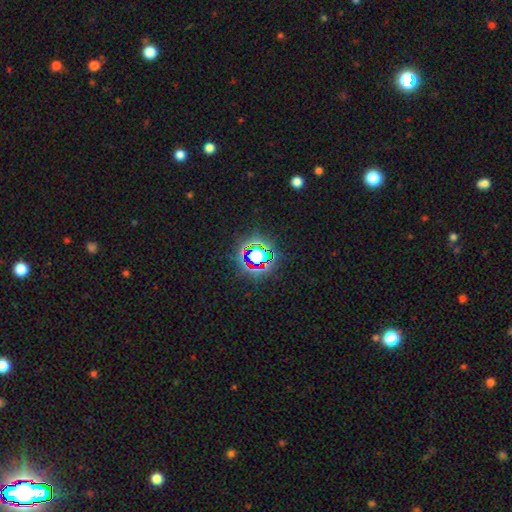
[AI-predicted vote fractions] Overall: star or artifact (69%).